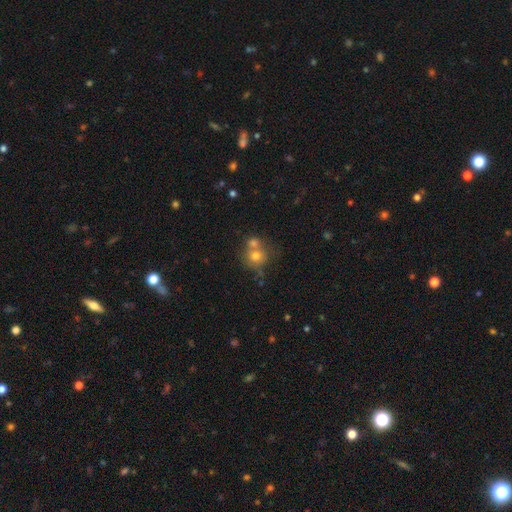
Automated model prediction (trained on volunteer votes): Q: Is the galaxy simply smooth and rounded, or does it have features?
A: smooth — 73%.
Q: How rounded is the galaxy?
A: round — 83%.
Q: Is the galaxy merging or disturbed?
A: merger — 45%.